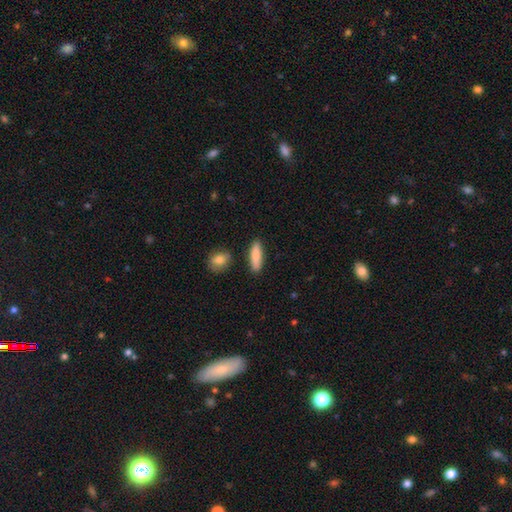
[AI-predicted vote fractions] Morphology: type=smooth (84%); roundness=cigar-shaped (59%); merging=none (86%).